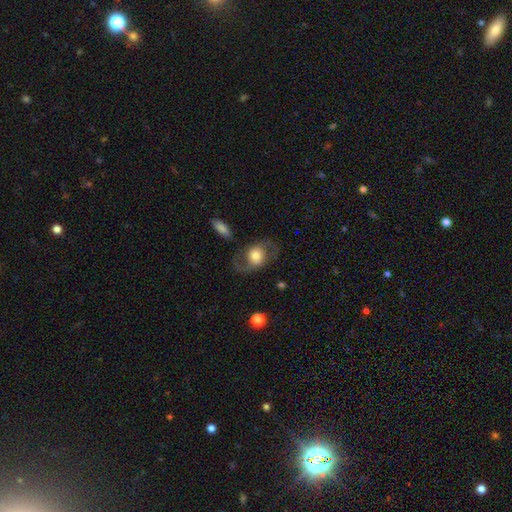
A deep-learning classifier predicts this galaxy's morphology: smooth_or_featured: featured or disk (p=0.53) [alt: smooth p=0.40]
disk_edge_on: no (p=0.94) [alt: yes p=0.06]
merging: none (p=0.68) [alt: minor disturbance p=0.15]